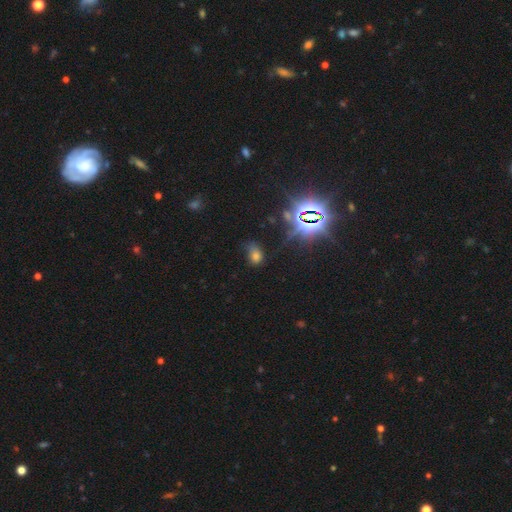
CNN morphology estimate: This appears to be a smooth galaxy with no disk features (51%) that is in between round and cigar-shaped (79%). Merging: none (53%).